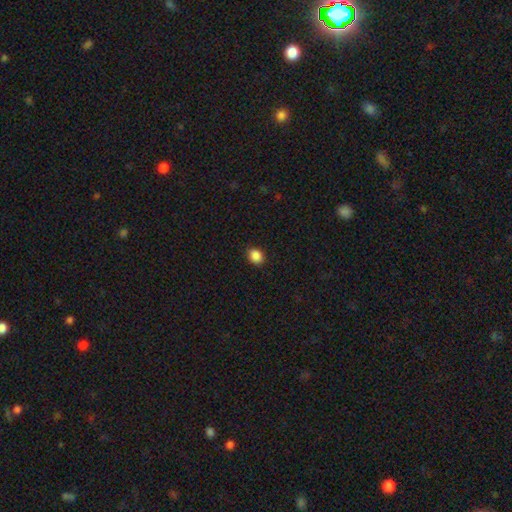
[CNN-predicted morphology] Smooth or featured? smooth (88%)
How rounded? round (52%)
Merging? none (89%)